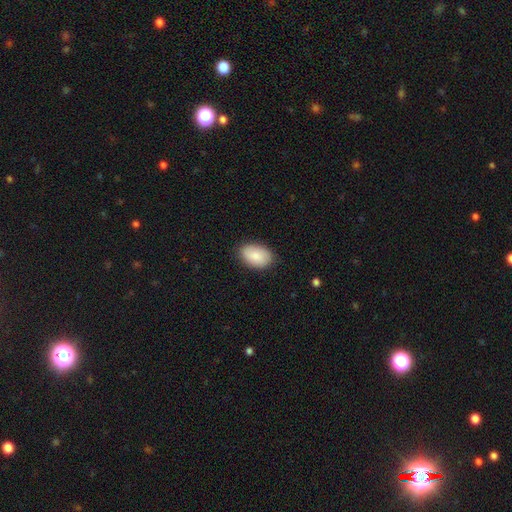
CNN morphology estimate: This is clearly a smooth galaxy (86%). How rounded: clearly in between (90%). Merging: clearly none (84%).